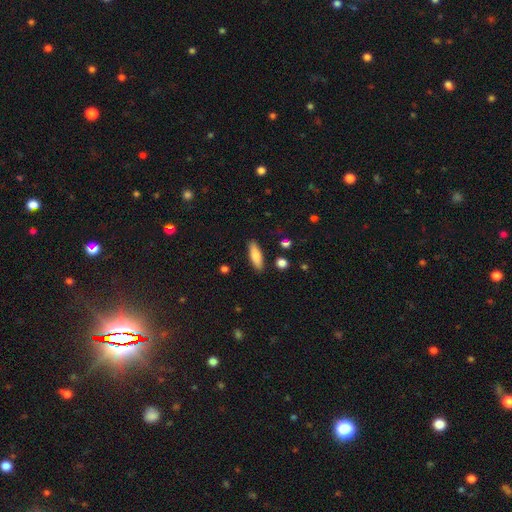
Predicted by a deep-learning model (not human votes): This appears to be a smooth galaxy with no disk features (80%) that is in between round and cigar-shaped (49%, tied with cigar-shaped). Merging: none (88%).